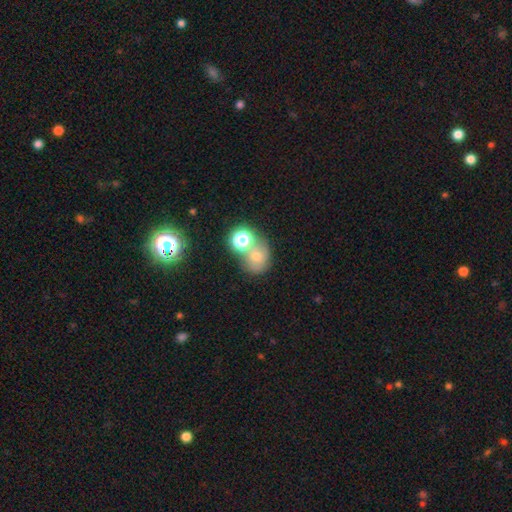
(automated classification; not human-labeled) The model was most divided on "merging": none: 53%, merger: 30%, minor disturbance: 11%, major disturbance: 6%. More confident: how rounded — round (66%); smooth or featured — smooth (55%).